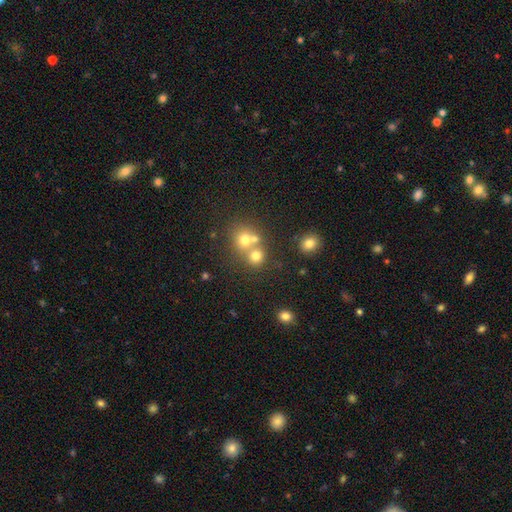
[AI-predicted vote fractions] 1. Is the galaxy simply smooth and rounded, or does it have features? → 70% smooth, 17% star or artifact, 14% featured or disk.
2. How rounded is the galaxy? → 83% round, 16% in between, 1% cigar-shaped.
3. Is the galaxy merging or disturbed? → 45% none, 44% merger, 7% minor disturbance, 4% major disturbance.